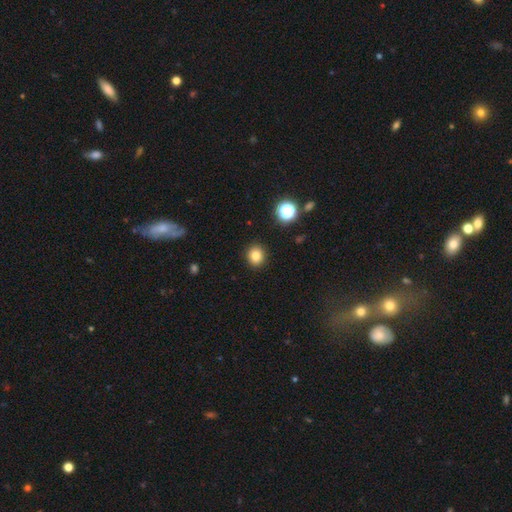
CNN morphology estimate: Smooth or featured: smooth — 82% (star or artifact — 13%)
How rounded: round — 81% (in between — 18%)
Merging: none — 91% (minor disturbance — 6%)